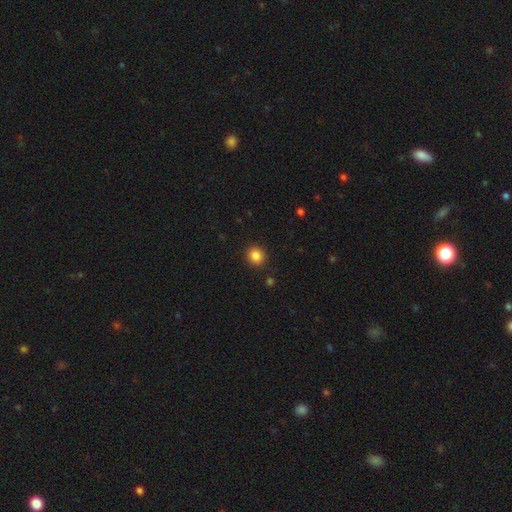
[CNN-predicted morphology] type=smooth (85%); roundness=round (86%); merging=none (90%).